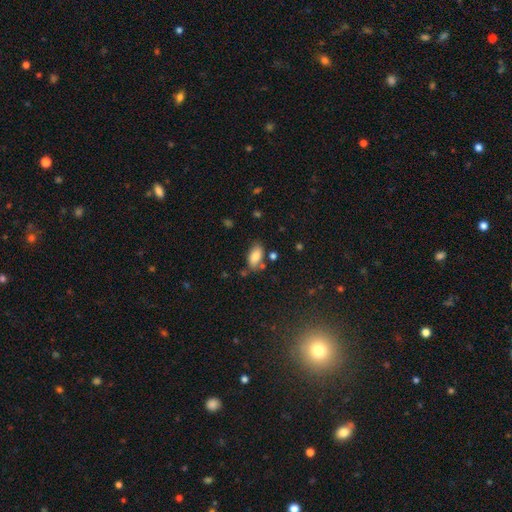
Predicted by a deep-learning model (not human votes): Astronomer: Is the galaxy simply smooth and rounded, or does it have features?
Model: smooth — 82%.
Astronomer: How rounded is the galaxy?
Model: in between — 91%.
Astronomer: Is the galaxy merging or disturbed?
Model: none — 69%.